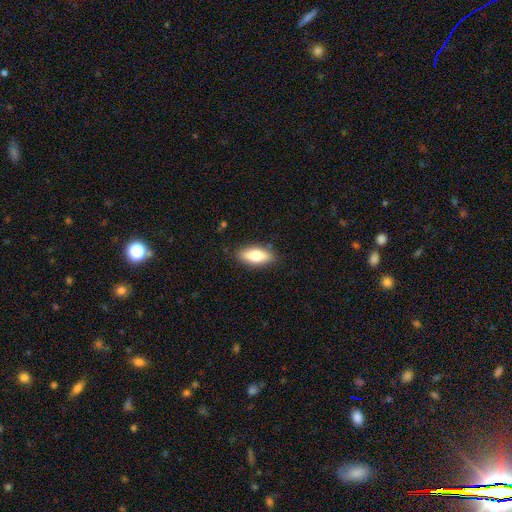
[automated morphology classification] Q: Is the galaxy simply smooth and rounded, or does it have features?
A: smooth — 69%.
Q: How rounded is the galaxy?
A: in between — 76%.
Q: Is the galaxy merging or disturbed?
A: none — 86%.